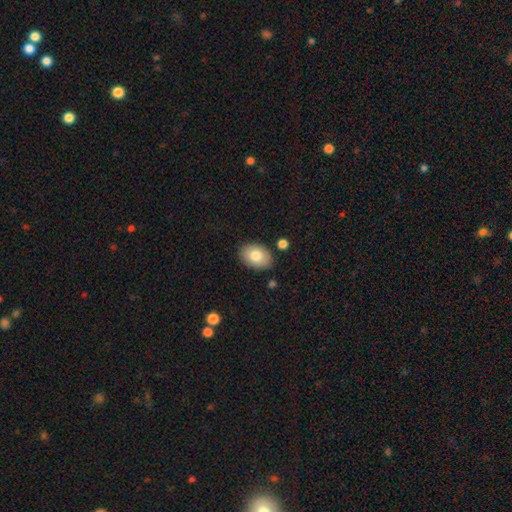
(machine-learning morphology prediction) smooth_or_featured: smooth (p=0.80) [alt: featured or disk p=0.13]
how_rounded: in between (p=0.82) [alt: round p=0.17]
merging: none (p=0.84) [alt: minor disturbance p=0.11]